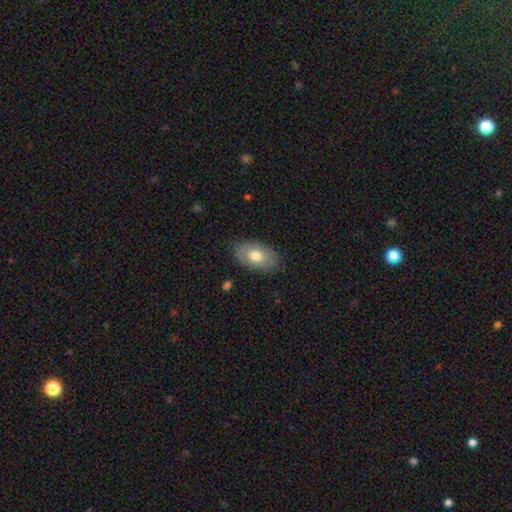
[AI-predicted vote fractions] This is likely a smooth galaxy (72%). How rounded: clearly in between (91%). Merging: clearly none (82%).